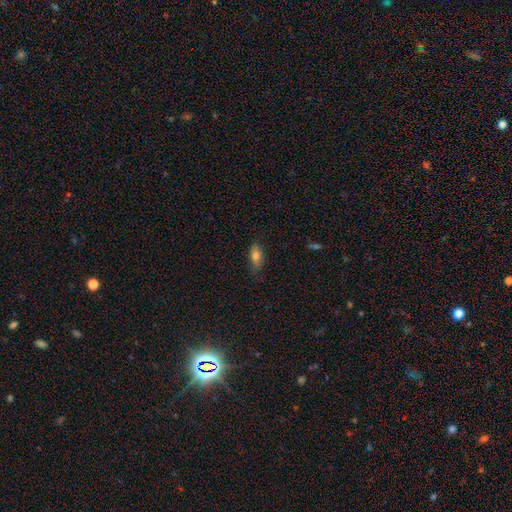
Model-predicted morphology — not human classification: Smooth or featured? smooth (77%)
How rounded? in between (82%)
Merging? none (74%)